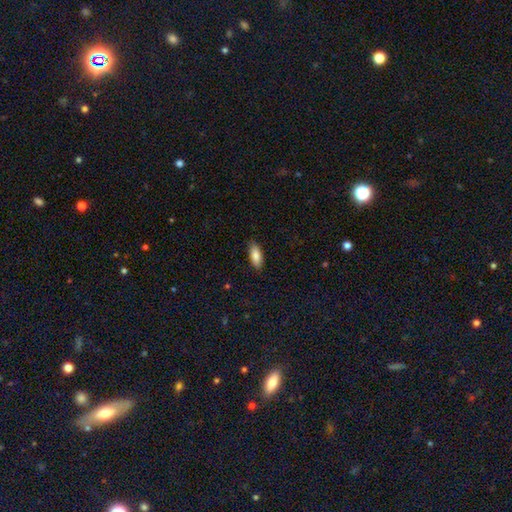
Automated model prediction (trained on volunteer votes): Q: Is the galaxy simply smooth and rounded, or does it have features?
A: smooth — 85%.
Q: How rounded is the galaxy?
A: in between — 77%.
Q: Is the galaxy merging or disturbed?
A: none — 87%.